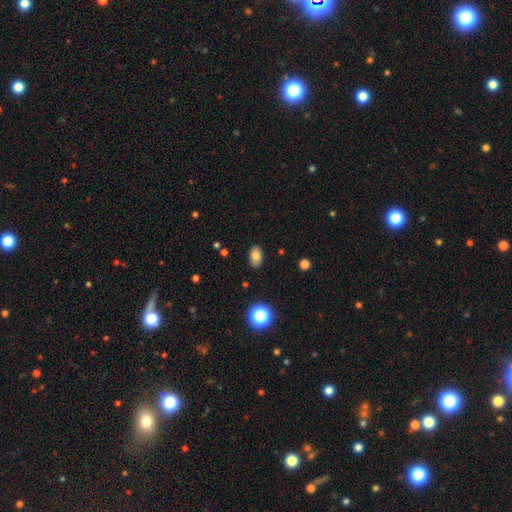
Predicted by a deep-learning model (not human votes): This appears to be a smooth galaxy with no disk features (81%) that is in between round and cigar-shaped (87%). Merging: none (86%).